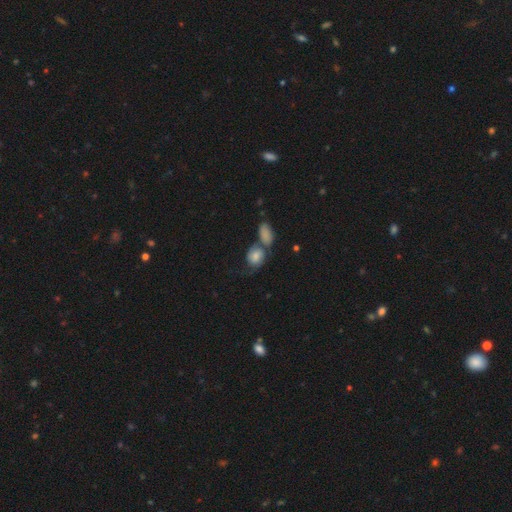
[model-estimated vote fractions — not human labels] smooth-or-featured: smooth: 59% | featured or disk: 28% | star or artifact: 12%
  how-rounded: round: 56% | in between: 42% | cigar-shaped: 2%
  merging: merger: 42% | none: 33% | minor disturbance: 14% | major disturbance: 10%